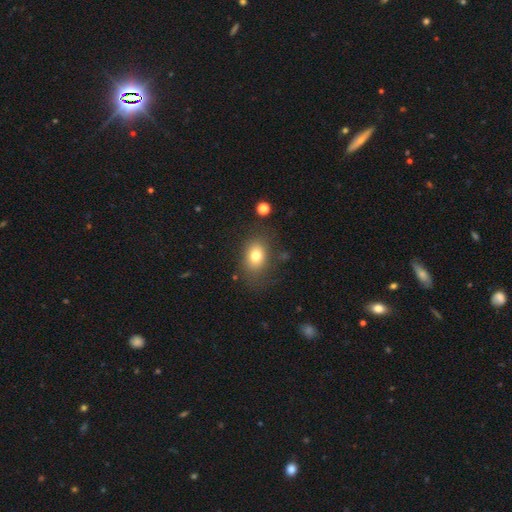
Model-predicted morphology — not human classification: smooth 77%, featured or disk 12%, star or artifact 11%. Down the decision tree: how rounded — in between (67%); merging — none (73%).